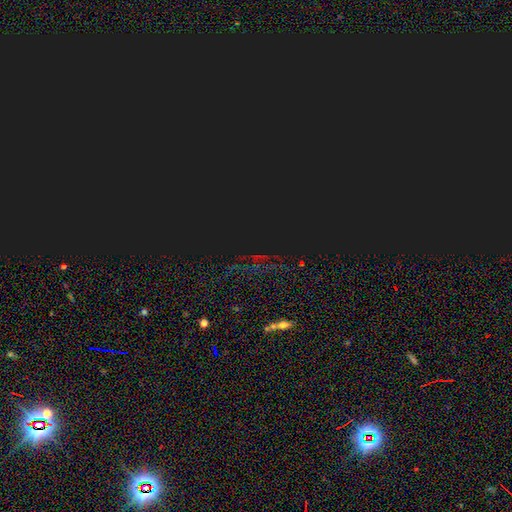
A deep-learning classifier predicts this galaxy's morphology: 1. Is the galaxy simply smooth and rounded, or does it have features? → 84% star or artifact, 9% smooth, 7% featured or disk.